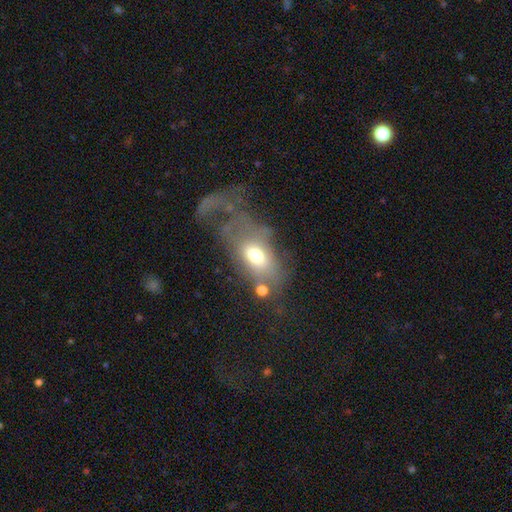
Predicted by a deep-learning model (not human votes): smooth 59%, featured or disk 30%, star or artifact 11%. Down the decision tree: how rounded — in between (82%); merging — major disturbance (51%).